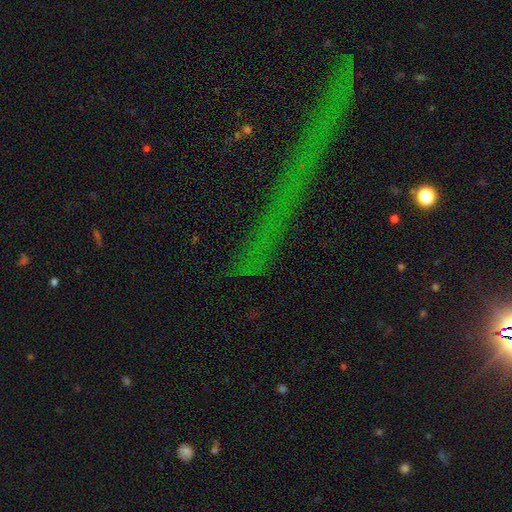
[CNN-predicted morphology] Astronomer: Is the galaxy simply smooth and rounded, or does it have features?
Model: star or artifact — 76%.